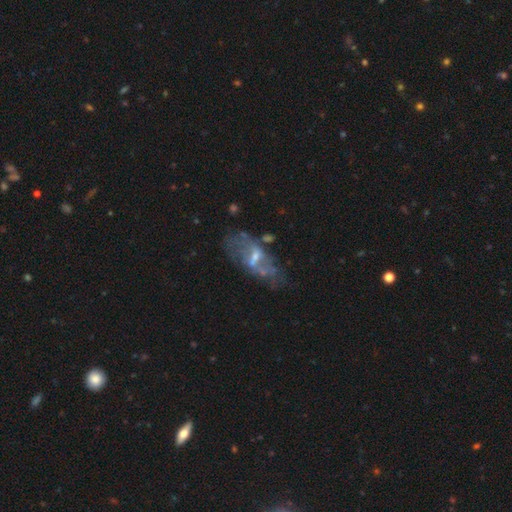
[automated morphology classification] Smooth or featured? Predicted: featured or disk (p=0.67). Edge-on disk? Predicted: no (p=0.88). Bar? Predicted: weak (p=0.47). Spiral arms? Predicted: no (p=0.56). Bulge size? Predicted: small (p=0.46). Merging? Predicted: none (p=0.50).